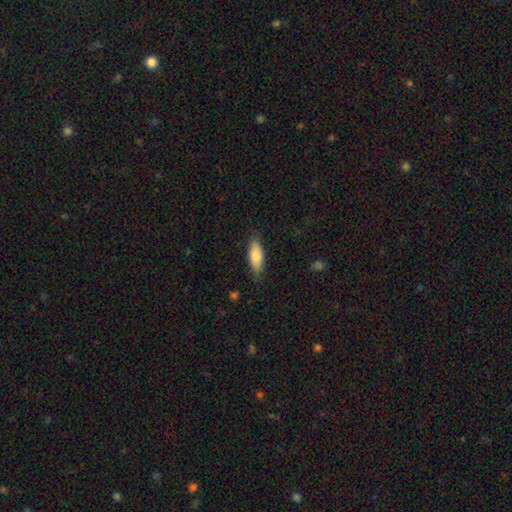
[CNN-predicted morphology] Smooth or featured?
  - smooth: 78% *
  - featured or disk: 16%
  - star or artifact: 6%
How rounded?
  - in between: 70% *
  - cigar-shaped: 28%
  - round: 2%
Merging?
  - none: 81% *
  - minor disturbance: 15%
  - major disturbance: 3%
  - merger: 1%